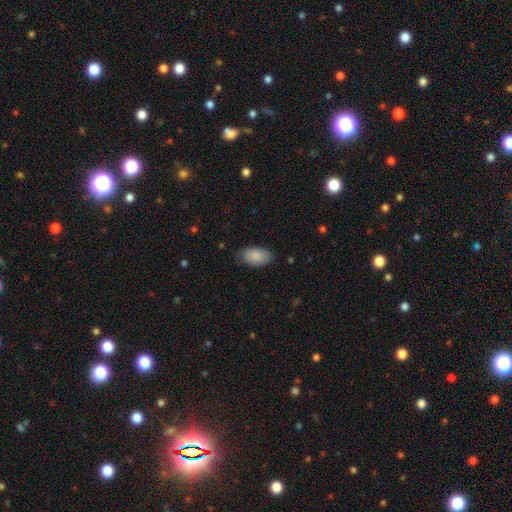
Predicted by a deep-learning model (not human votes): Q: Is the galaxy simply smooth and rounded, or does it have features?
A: smooth — 89%.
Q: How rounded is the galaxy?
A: in between — 95%.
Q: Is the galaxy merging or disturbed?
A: none — 81%.